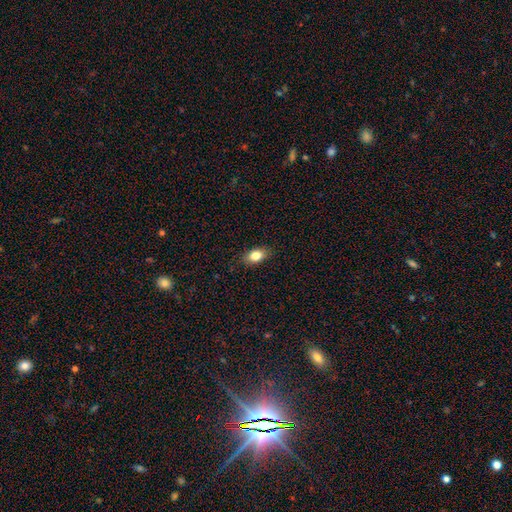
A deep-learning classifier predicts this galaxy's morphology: This is clearly a smooth galaxy (83%). How rounded: clearly in between (86%). Merging: clearly none (87%).